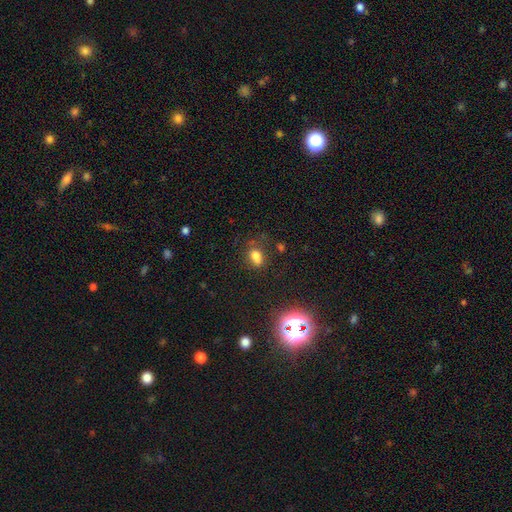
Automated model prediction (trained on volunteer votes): Q: Smooth or featured?
A: smooth (71%); runner-up: star or artifact (20%)
Q: How rounded?
A: in between (72%); runner-up: round (24%)
Q: Merging?
A: none (62%); runner-up: minor disturbance (21%)